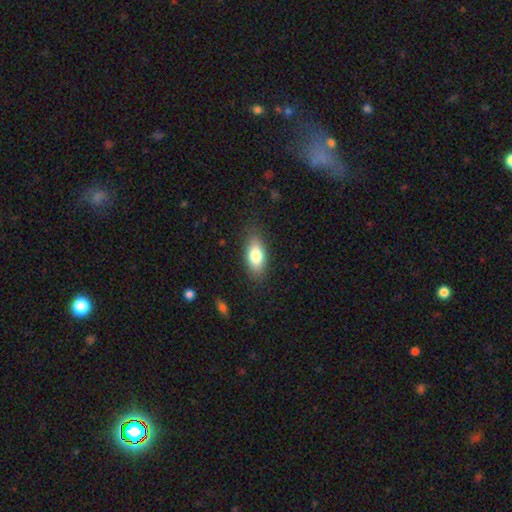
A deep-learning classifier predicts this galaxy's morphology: This appears to be a smooth galaxy with no disk features (78%) that is in between round and cigar-shaped (85%). Merging: none (83%).